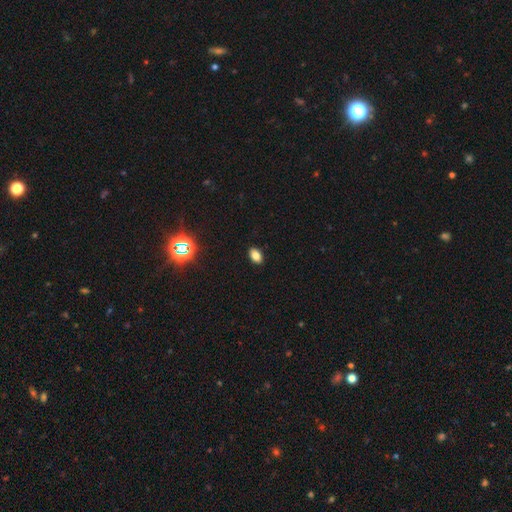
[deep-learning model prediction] The model was most divided on "smooth or featured": smooth: 80%, star or artifact: 13%, featured or disk: 6%. More confident: merging — none (89%); how rounded — in between (89%).